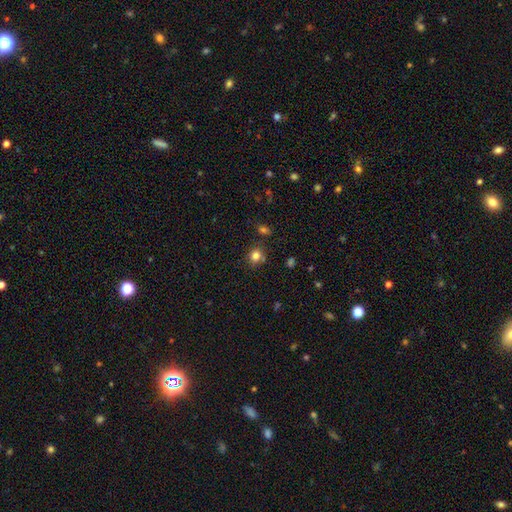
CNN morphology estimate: Smooth or featured? Predicted: smooth (p=0.80). How rounded? Predicted: round (p=0.75). Merging? Predicted: none (p=0.77).